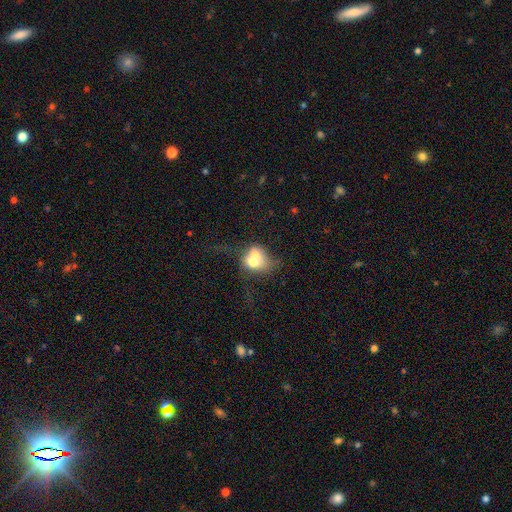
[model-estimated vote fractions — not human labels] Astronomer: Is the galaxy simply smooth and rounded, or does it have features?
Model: smooth — 58%.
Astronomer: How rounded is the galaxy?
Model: round — 53% (runner-up: in between, 46%).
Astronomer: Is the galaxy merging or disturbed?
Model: merger — 69%.